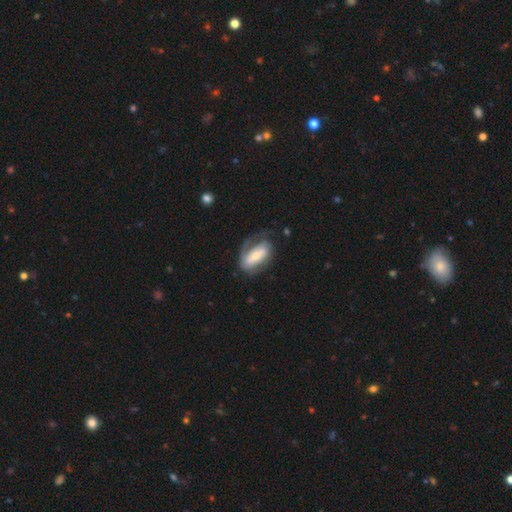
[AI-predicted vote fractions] smooth_or_featured: featured or disk (p=0.66) [alt: smooth p=0.29]
disk_edge_on: no (p=0.93) [alt: yes p=0.07]
bar: strong (p=0.36) [alt: no p=0.35]
has_spiral_arms: yes (p=0.82) [alt: no p=0.18]
spiral_winding: tight (p=0.42) [alt: medium p=0.35]
spiral_arm_count: 2 (p=0.45) [alt: 1 p=0.37]
bulge_size: small (p=0.47) [alt: moderate p=0.42]
merging: none (p=0.48) [alt: major disturbance p=0.26]